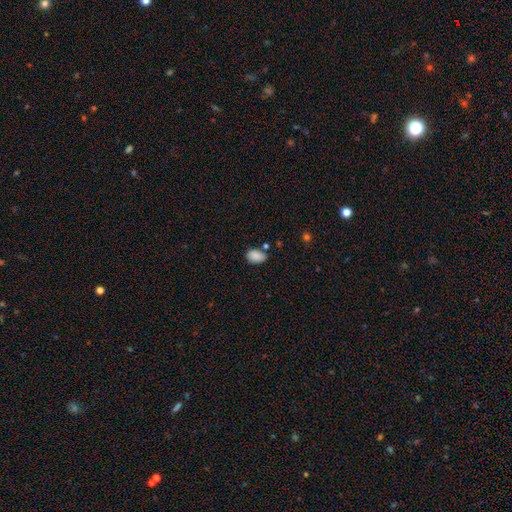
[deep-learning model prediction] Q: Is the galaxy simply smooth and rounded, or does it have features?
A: smooth — 86%.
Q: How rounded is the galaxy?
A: in between — 88%.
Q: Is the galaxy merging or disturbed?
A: none — 64%.